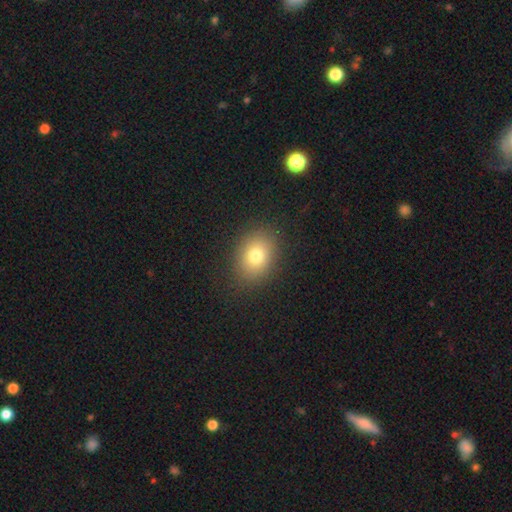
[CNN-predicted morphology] This appears to be a smooth galaxy with no disk features (76%) that is in between round and cigar-shaped (53%). Merging: none (87%).